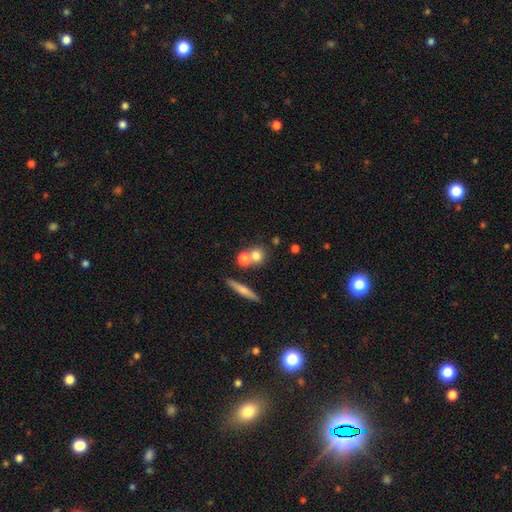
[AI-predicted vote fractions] Q: Smooth or featured?
A: smooth (74%); runner-up: featured or disk (15%)
Q: How rounded?
A: round (78%); runner-up: in between (16%)
Q: Merging?
A: none (56%); runner-up: merger (32%)